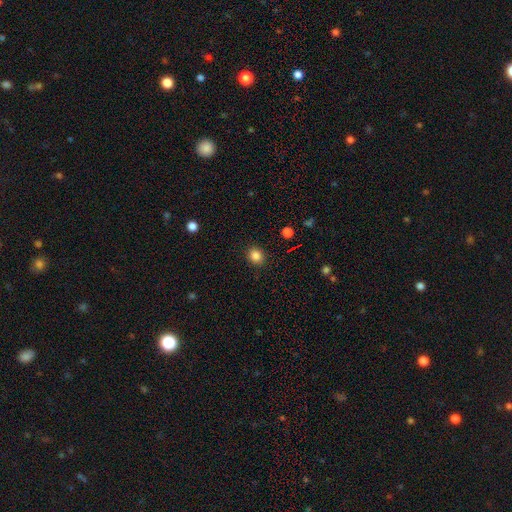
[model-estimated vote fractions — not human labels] A smooth galaxy with no disk features (85%) that is round (77%).

Vote fractions:
- Smooth or featured? smooth: 85% / star or artifact: 11% / featured or disk: 4%
- How rounded? round: 77% / in between: 22% / cigar-shaped: 1%
- Merging? none: 90% / minor disturbance: 6% / major disturbance: 2% / merger: 1%